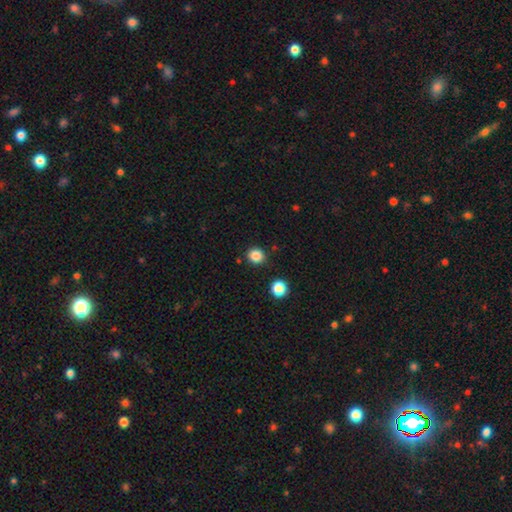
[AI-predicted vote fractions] Morphology: type=smooth (85%); roundness=round (87%); merging=none (87%).